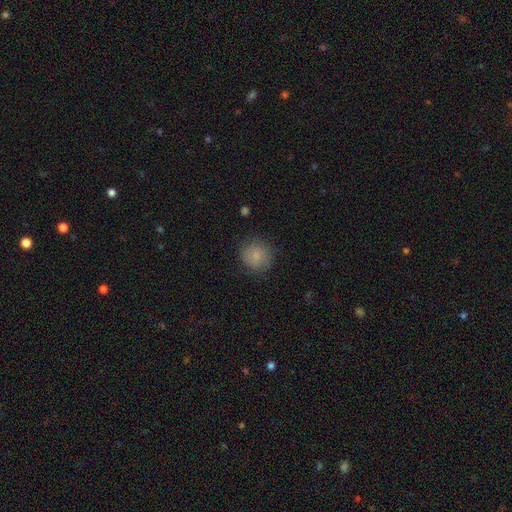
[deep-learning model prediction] Smooth or featured?
  - smooth: 85% *
  - star or artifact: 9%
  - featured or disk: 6%
How rounded?
  - round: 90% *
  - in between: 9%
  - cigar-shaped: 1%
Merging?
  - none: 84% *
  - minor disturbance: 12%
  - major disturbance: 3%
  - merger: 1%